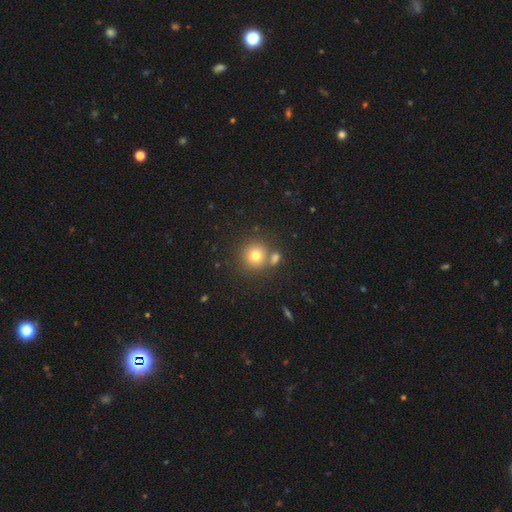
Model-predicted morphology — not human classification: smooth-or-featured: smooth: 76% | star or artifact: 14% | featured or disk: 11%
  how-rounded: round: 92% | in between: 8% | cigar-shaped: 1%
  merging: none: 69% | merger: 19% | minor disturbance: 8% | major disturbance: 3%